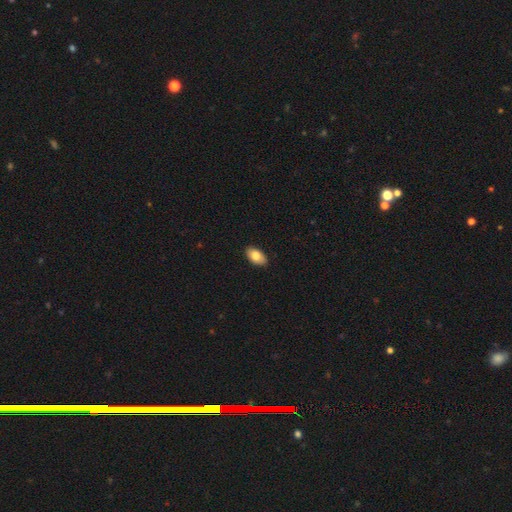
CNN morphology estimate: smooth-or-featured: smooth: 79% | featured or disk: 15% | star or artifact: 6%
  how-rounded: in between: 94% | round: 4% | cigar-shaped: 2%
  merging: none: 89% | minor disturbance: 8% | major disturbance: 2% | merger: 1%